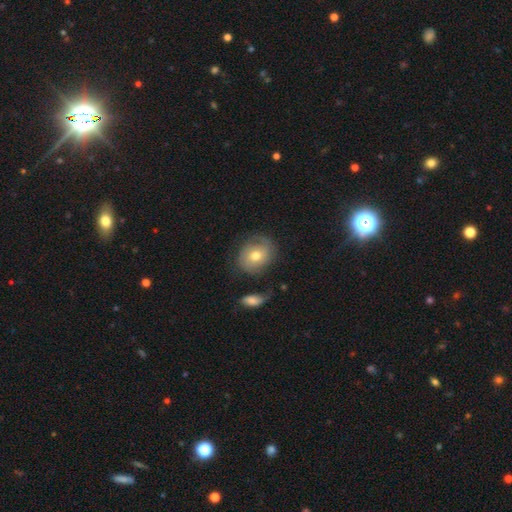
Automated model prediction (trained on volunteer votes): Q: Smooth or featured?
A: smooth (59%); runner-up: featured or disk (33%)
Q: How rounded?
A: round (62%); runner-up: in between (37%)
Q: Merging?
A: none (61%); runner-up: minor disturbance (23%)